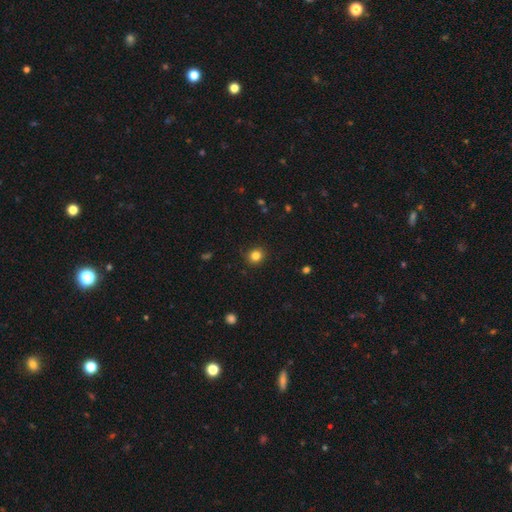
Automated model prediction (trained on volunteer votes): smooth 83%, star or artifact 12%, featured or disk 5%. Down the decision tree: how rounded — round (87%); merging — none (89%).